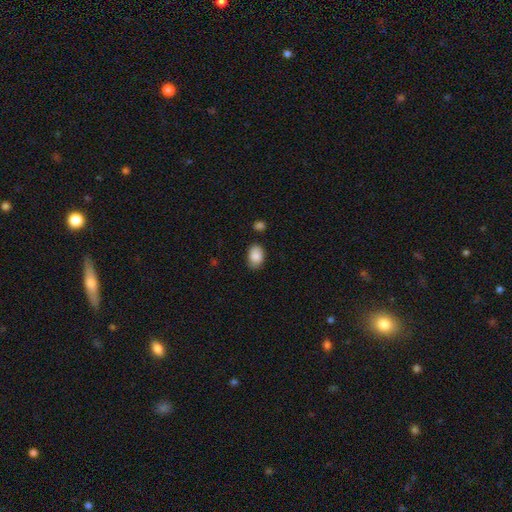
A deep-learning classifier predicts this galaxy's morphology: Smooth or featured: smooth — 88% (star or artifact — 7%)
How rounded: in between — 82% (round — 16%)
Merging: none — 73% (minor disturbance — 20%)